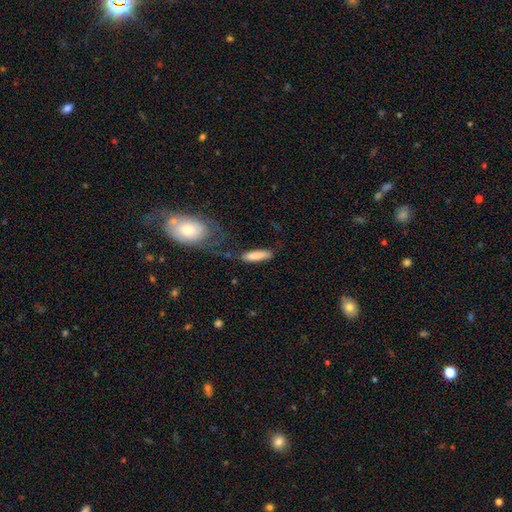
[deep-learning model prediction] The model was most divided on "how rounded": cigar-shaped: 71%, in between: 27%, round: 2%. More confident: smooth or featured — smooth (84%); merging — none (71%).